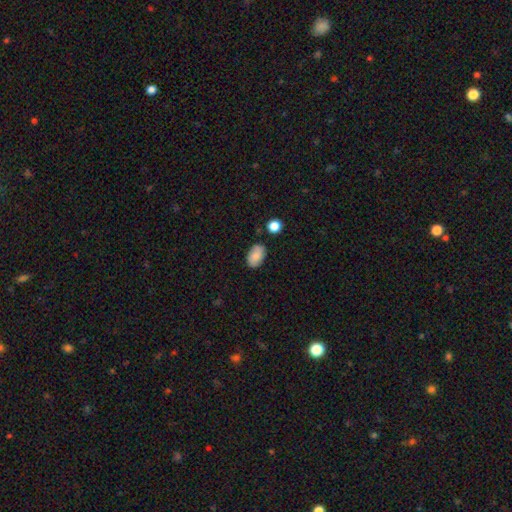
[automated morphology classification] smooth 84%, featured or disk 8%, star or artifact 8%. Down the decision tree: how rounded — in between (90%); merging — none (79%).